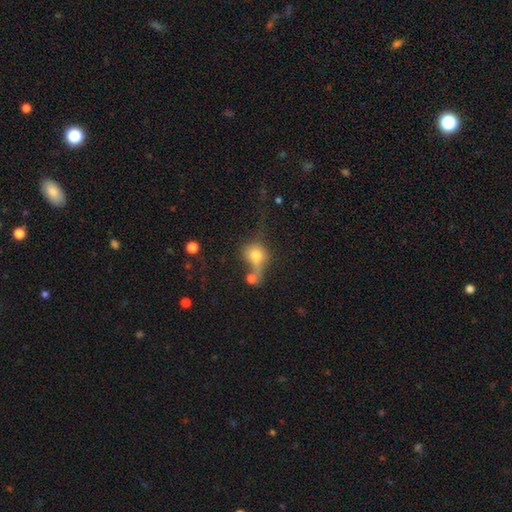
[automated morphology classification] The model was most divided on "merging": merger: 36%, none: 30%, major disturbance: 19%, minor disturbance: 15%. More confident: smooth or featured — smooth (69%); how rounded — round (63%).